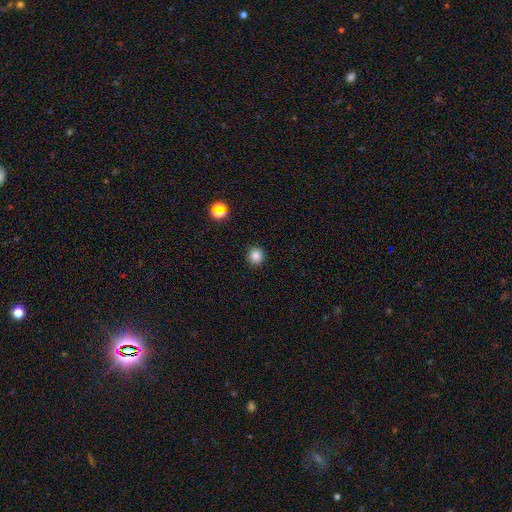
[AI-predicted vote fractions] A smooth galaxy with no disk features (83%) that is round (92%). Merging: none (91%).